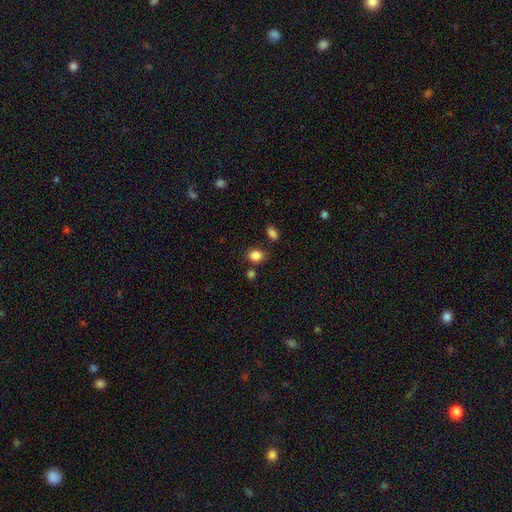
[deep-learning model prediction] This is clearly a smooth galaxy (86%). How rounded: likely round (61%). Merging: likely none (79%).